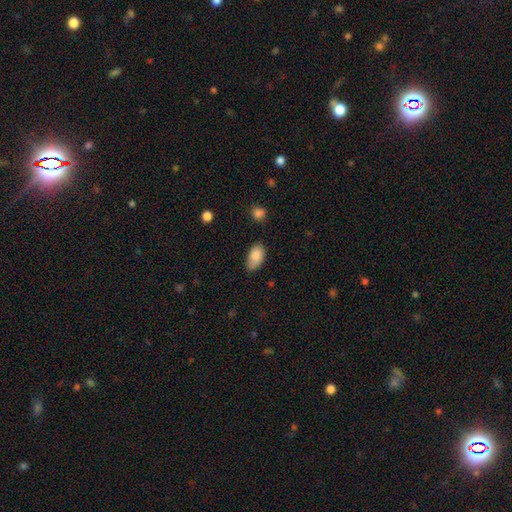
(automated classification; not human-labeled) The model was most divided on "merging": none: 66%, minor disturbance: 26%, major disturbance: 5%, merger: 2%. More confident: how rounded — in between (93%); smooth or featured — smooth (86%).